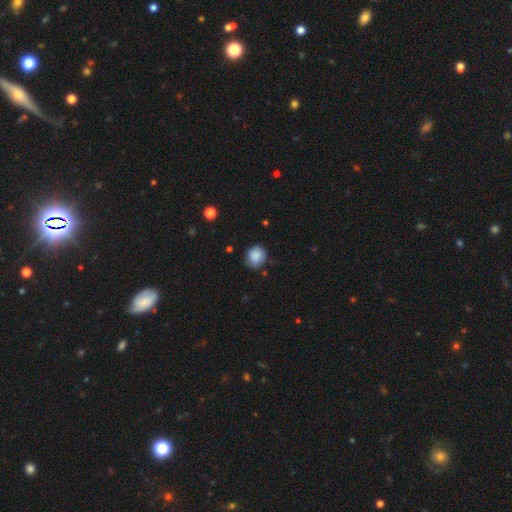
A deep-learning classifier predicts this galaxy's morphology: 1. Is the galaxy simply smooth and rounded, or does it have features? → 85% smooth, 8% star or artifact, 7% featured or disk.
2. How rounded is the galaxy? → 82% round, 17% in between, 1% cigar-shaped.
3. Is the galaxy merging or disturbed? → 76% none, 19% minor disturbance, 4% major disturbance, 2% merger.